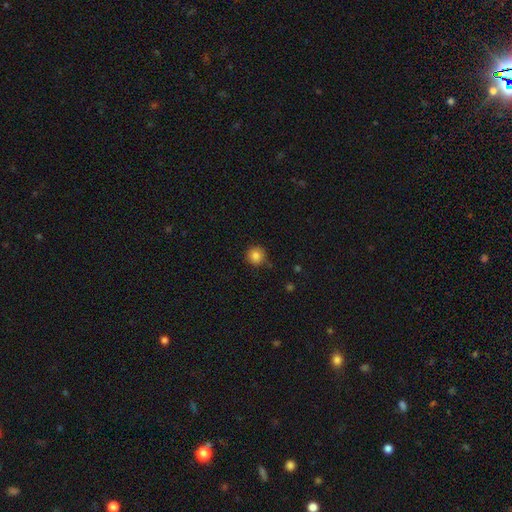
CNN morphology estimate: Overall: smooth (84%). How rounded: round (94%). Merging: none (82%).